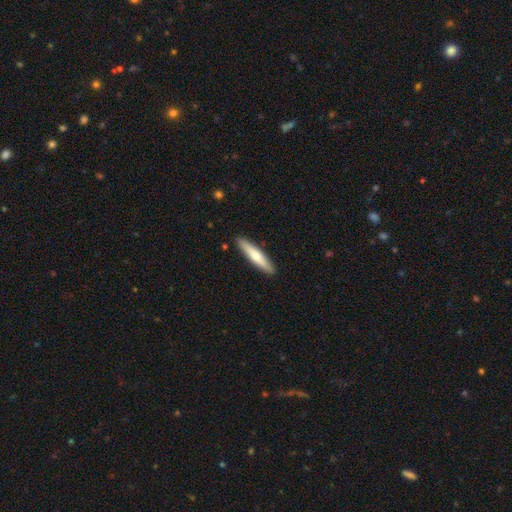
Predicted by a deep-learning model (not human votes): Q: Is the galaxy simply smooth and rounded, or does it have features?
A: smooth — 59%.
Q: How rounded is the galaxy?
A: cigar-shaped — 87%.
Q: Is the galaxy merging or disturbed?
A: none — 90%.